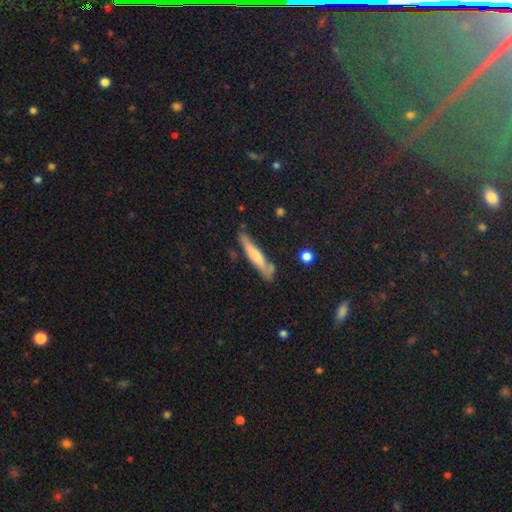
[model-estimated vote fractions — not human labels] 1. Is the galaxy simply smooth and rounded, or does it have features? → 58% smooth, 36% featured or disk, 6% star or artifact.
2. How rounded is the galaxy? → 90% cigar-shaped, 8% in between, 1% round.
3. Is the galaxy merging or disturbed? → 72% none, 18% minor disturbance, 6% merger, 4% major disturbance.